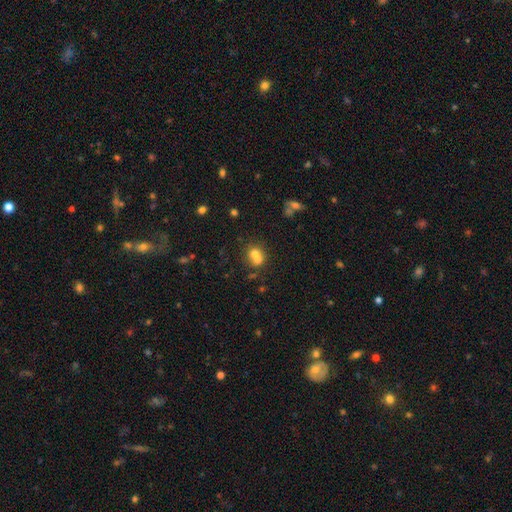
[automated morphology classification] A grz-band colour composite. It shows a smooth galaxy with no disk features (68%) that is round (74%). Merging: merger (57%).